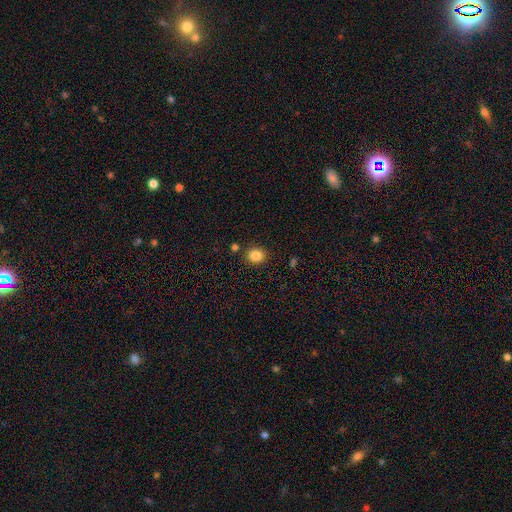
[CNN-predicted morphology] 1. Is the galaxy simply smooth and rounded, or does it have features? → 84% smooth, 11% star or artifact, 5% featured or disk.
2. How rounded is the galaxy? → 76% round, 23% in between, 1% cigar-shaped.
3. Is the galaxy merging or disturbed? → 87% none, 7% minor disturbance, 4% merger, 2% major disturbance.